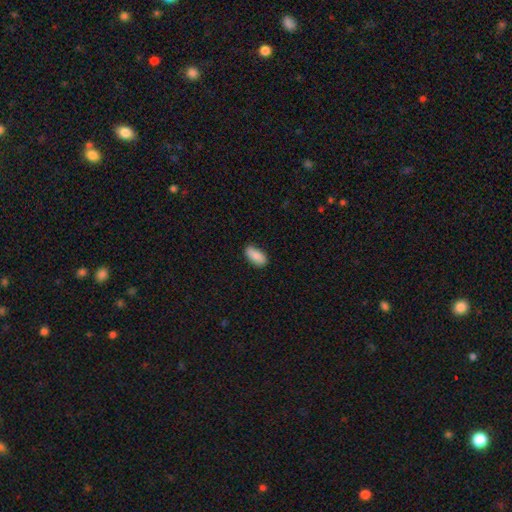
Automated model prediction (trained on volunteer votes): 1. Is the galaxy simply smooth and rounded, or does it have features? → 86% smooth, 8% featured or disk, 6% star or artifact.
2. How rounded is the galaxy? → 91% in between, 7% cigar-shaped, 3% round.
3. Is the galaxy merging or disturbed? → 81% none, 15% minor disturbance, 2% major disturbance, 1% merger.